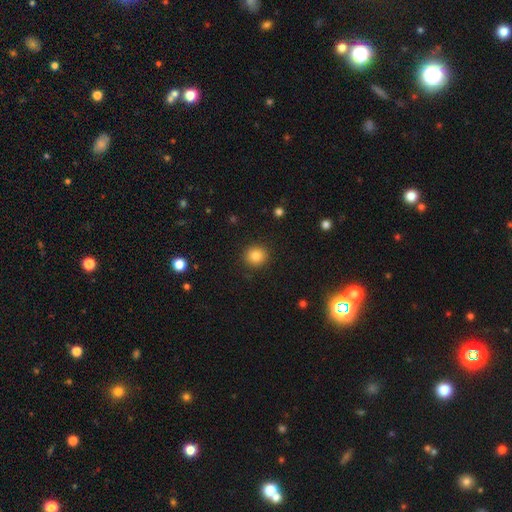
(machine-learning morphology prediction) This appears to be a smooth galaxy with no disk features (85%) that is round (88%). Merging: none (90%).